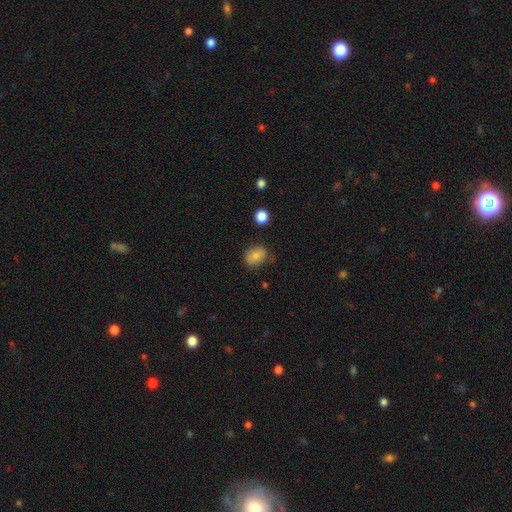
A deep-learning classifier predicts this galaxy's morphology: type=smooth (80%); roundness=in between (61%); merging=none (72%).